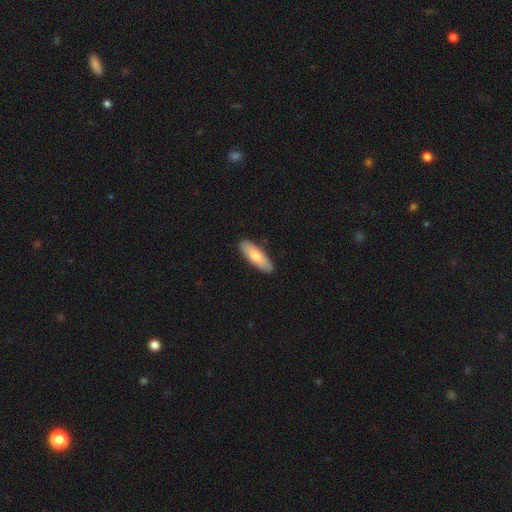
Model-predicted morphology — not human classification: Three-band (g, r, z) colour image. It shows a smooth galaxy with no disk features (77%) that is in between round and cigar-shaped (53%). Merging: none (89%).